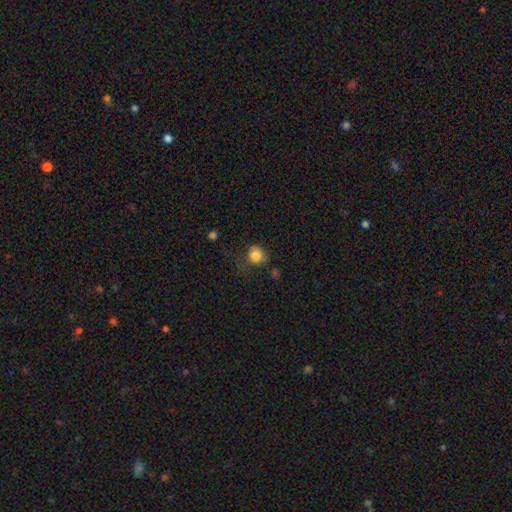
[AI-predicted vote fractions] Q: Smooth or featured?
A: smooth (82%); runner-up: star or artifact (10%)
Q: How rounded?
A: round (78%); runner-up: in between (21%)
Q: Merging?
A: none (55%); runner-up: minor disturbance (26%)